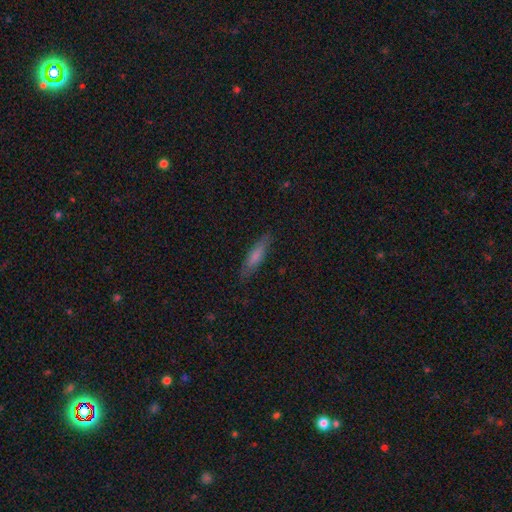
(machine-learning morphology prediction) A smooth galaxy with no disk features (73%) that is cigar-shaped (75%). Merging: none (84%).